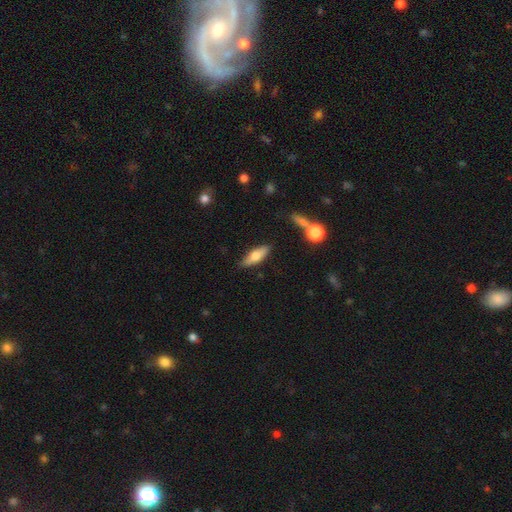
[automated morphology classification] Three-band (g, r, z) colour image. It shows a smooth galaxy with no disk features (55%) that is in between round and cigar-shaped (50%). Merging: none (83%).